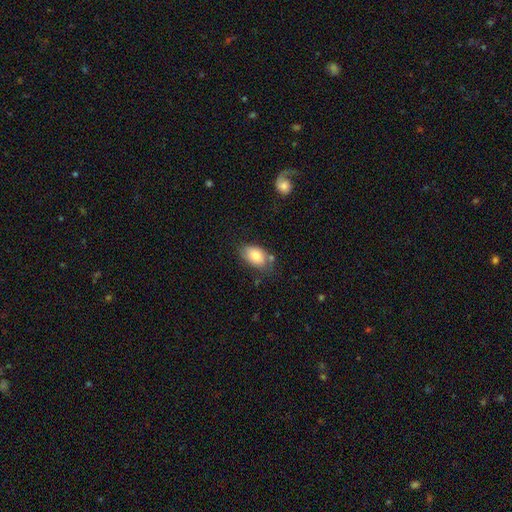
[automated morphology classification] Q: Smooth or featured?
A: smooth (81%); runner-up: featured or disk (12%)
Q: How rounded?
A: in between (91%); runner-up: round (8%)
Q: Merging?
A: none (62%); runner-up: minor disturbance (24%)